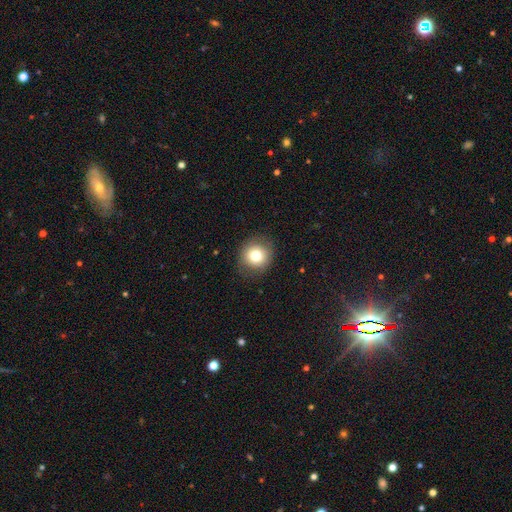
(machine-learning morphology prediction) Smooth or featured? smooth (76%)
How rounded? round (89%)
Merging? none (86%)